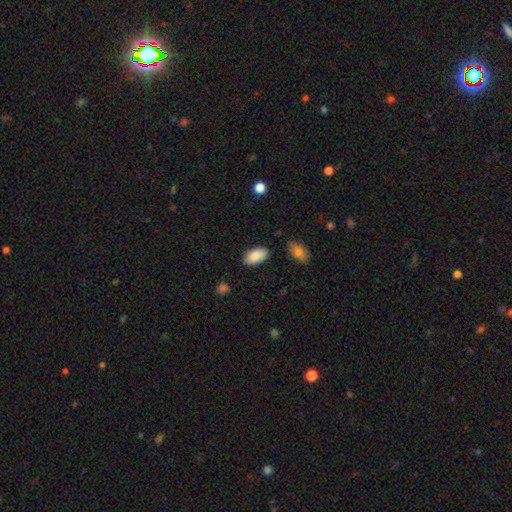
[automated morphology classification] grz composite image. It shows a smooth galaxy with no disk features (89%) that is in between round and cigar-shaped (94%). Merging: none (83%).